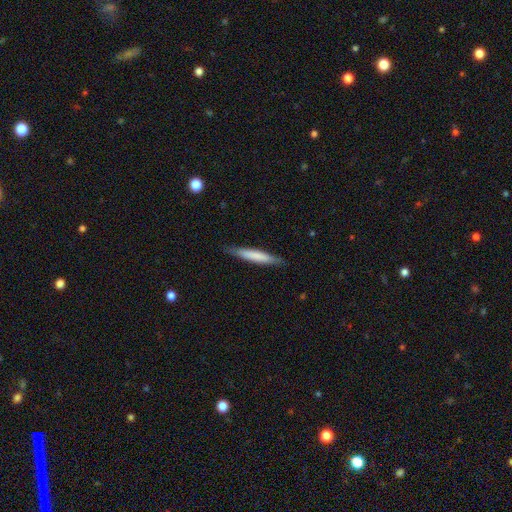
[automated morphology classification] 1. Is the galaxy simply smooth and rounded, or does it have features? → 69% smooth, 26% featured or disk, 5% star or artifact.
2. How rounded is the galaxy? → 94% cigar-shaped, 5% in between, 1% round.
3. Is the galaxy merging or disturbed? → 88% none, 9% minor disturbance, 2% major disturbance, 1% merger.